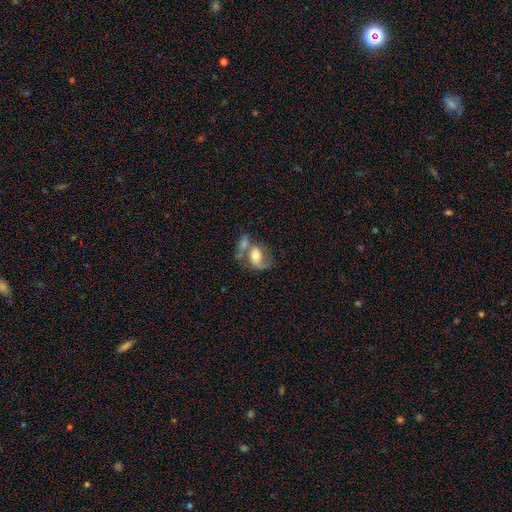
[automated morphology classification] smooth_or_featured: featured or disk (p=0.61) [alt: smooth p=0.32]
disk_edge_on: no (p=0.96) [alt: yes p=0.04]
bar: no (p=0.53) [alt: weak p=0.34]
has_spiral_arms: yes (p=0.79) [alt: no p=0.21]
bulge_size: moderate (p=0.63) [alt: large p=0.18]
merging: merger (p=0.46) [alt: none p=0.25]